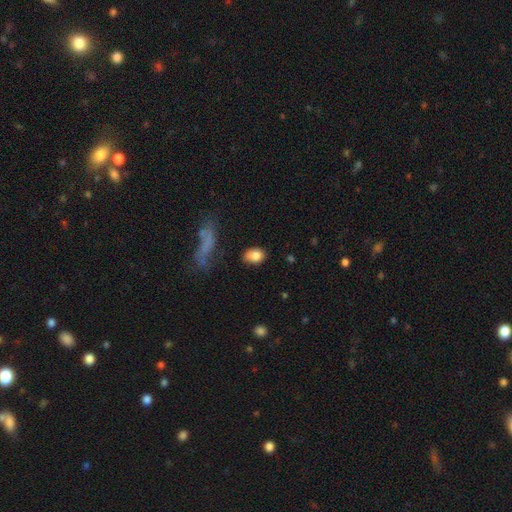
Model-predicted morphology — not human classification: smooth_or_featured: smooth (p=0.82) [alt: featured or disk p=0.09]
how_rounded: in between (p=0.76) [alt: round p=0.22]
merging: none (p=0.72) [alt: minor disturbance p=0.20]